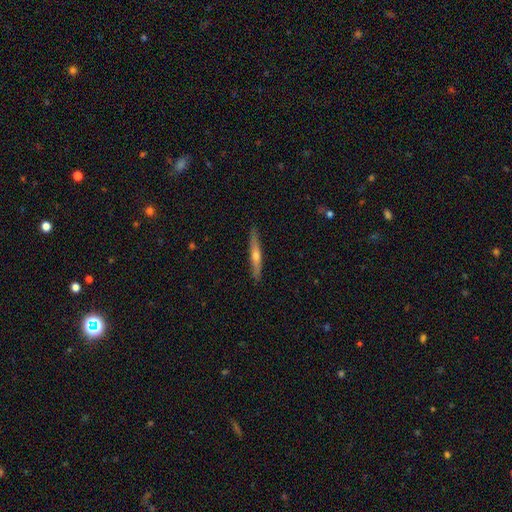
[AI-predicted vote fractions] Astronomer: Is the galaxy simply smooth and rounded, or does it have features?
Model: featured or disk — 67%.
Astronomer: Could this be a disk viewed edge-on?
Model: yes — 97%.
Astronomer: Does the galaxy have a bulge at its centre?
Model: rounded — 85%.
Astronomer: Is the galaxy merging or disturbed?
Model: none — 90%.